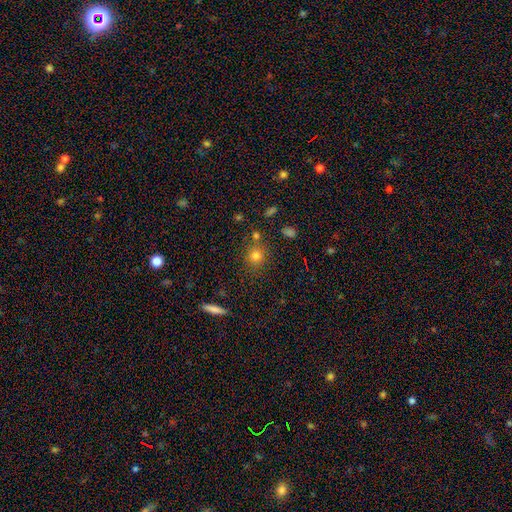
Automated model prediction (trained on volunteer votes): Q: Smooth or featured?
A: smooth (76%); runner-up: star or artifact (16%)
Q: How rounded?
A: round (83%); runner-up: in between (16%)
Q: Merging?
A: none (76%); runner-up: minor disturbance (11%)